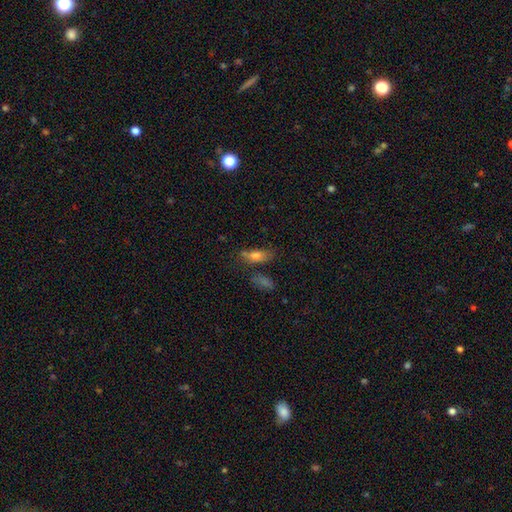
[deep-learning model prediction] A smooth galaxy with no disk features (69%) that is in between round and cigar-shaped (66%).

Vote fractions:
- Smooth or featured? smooth: 69% / featured or disk: 20% / star or artifact: 11%
- How rounded? in between: 66% / cigar-shaped: 30% / round: 4%
- Merging? none: 57% / minor disturbance: 22% / merger: 12% / major disturbance: 9%